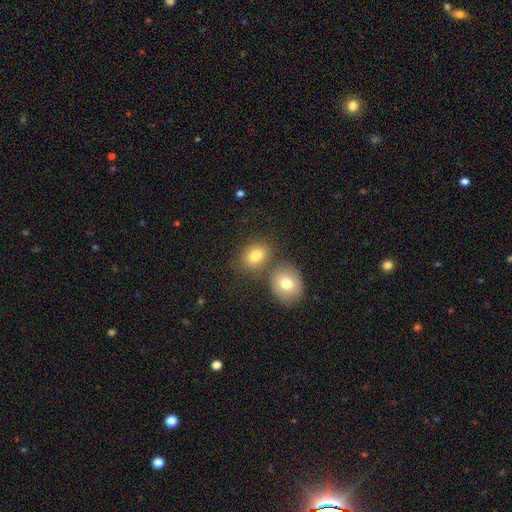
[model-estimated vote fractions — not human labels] Smooth or featured? Predicted: smooth (p=0.79). How rounded? Predicted: in between (p=0.59). Merging? Predicted: none (p=0.57).